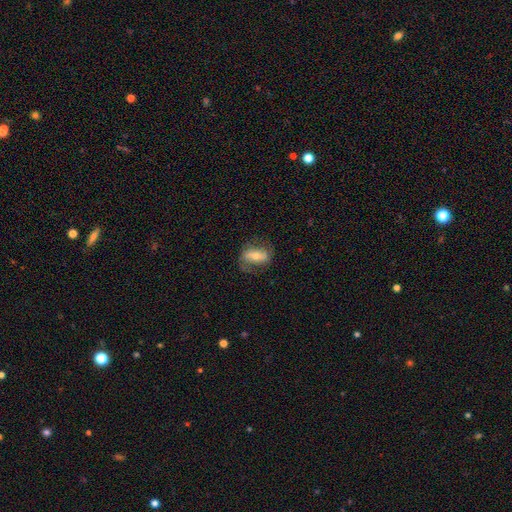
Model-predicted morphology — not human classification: smooth-or-featured: featured or disk: 57% | smooth: 35% | star or artifact: 8%
  disk-edge-on: no: 89% | yes: 11%
    bar: strong: 47% | weak: 27% | no: 25%
    has-spiral-arms: yes: 71% | no: 29%
    bulge-size: moderate: 51% | small: 41% | large: 5% | none: 2% | dominant: 1%
  merging: none: 68% | minor disturbance: 19% | major disturbance: 12% | merger: 1%